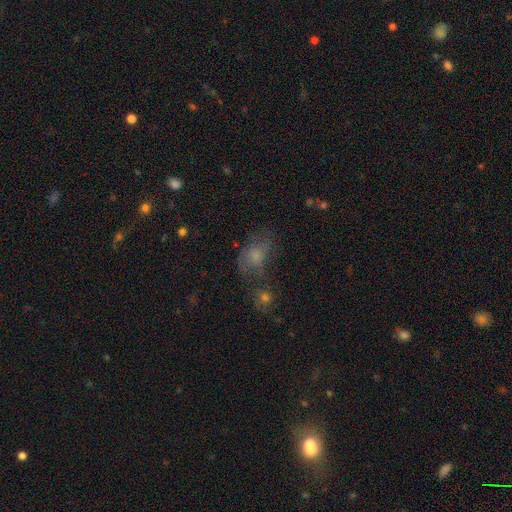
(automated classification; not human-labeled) Smooth or featured? Predicted: smooth (p=0.63). How rounded? Predicted: in between (p=0.75). Merging? Predicted: none (p=0.39).